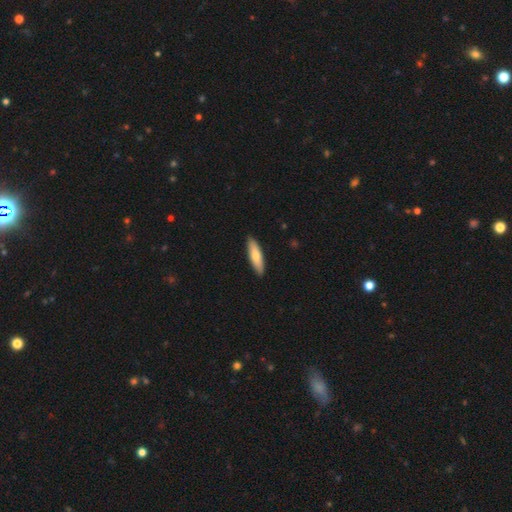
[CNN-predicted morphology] Smooth or featured?
  - smooth: 70% *
  - featured or disk: 25%
  - star or artifact: 5%
How rounded?
  - cigar-shaped: 66% *
  - in between: 32%
  - round: 2%
Merging?
  - none: 90% *
  - minor disturbance: 8%
  - major disturbance: 1%
  - merger: 1%